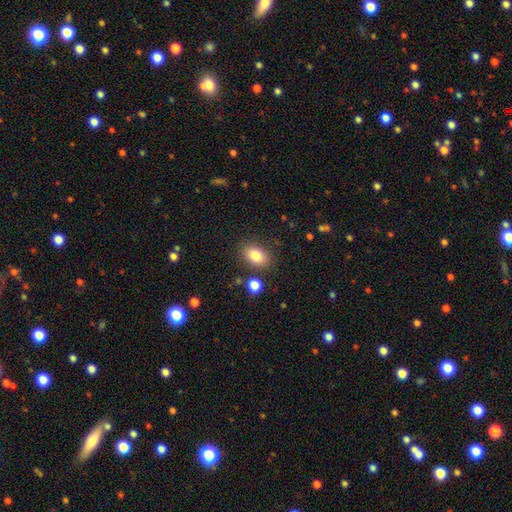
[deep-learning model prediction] This is clearly a smooth galaxy (84%). How rounded: clearly in between (83%). Merging: clearly none (83%).